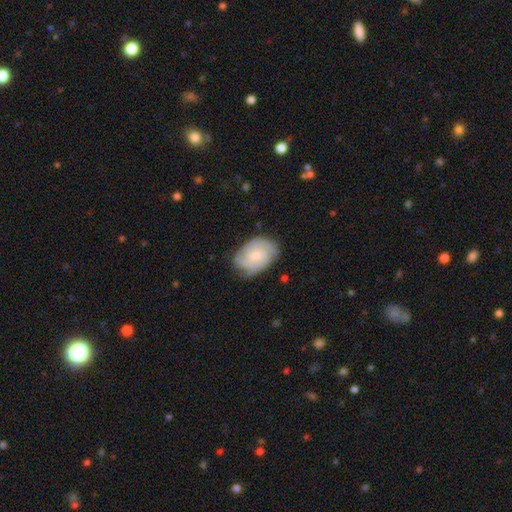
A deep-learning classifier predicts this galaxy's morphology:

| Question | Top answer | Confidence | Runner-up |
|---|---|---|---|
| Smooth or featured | featured or disk | 63% | smooth (30%) |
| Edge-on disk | no | 97% | yes (3%) |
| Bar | no | 70% | weak (26%) |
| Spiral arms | yes | 91% | no (9%) |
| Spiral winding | tight | 54% | medium (35%) |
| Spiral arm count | can't tell | 34% | 3 (26%) |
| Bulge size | small | 66% | moderate (28%) |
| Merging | none | 66% | minor disturbance (26%) |